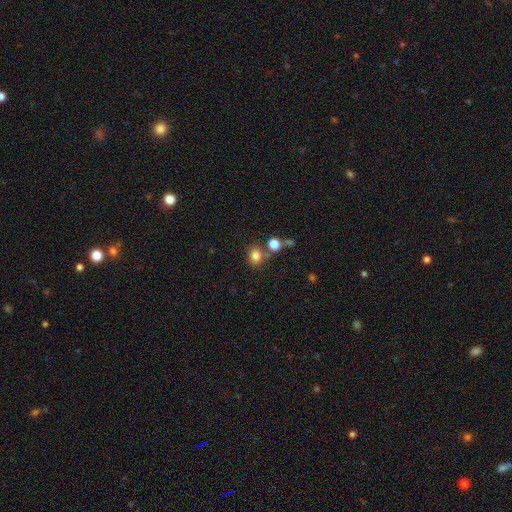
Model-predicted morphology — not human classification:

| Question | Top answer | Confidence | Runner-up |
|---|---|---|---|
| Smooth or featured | smooth | 81% | star or artifact (13%) |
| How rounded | round | 65% | in between (34%) |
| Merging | none | 64% | merger (20%) |